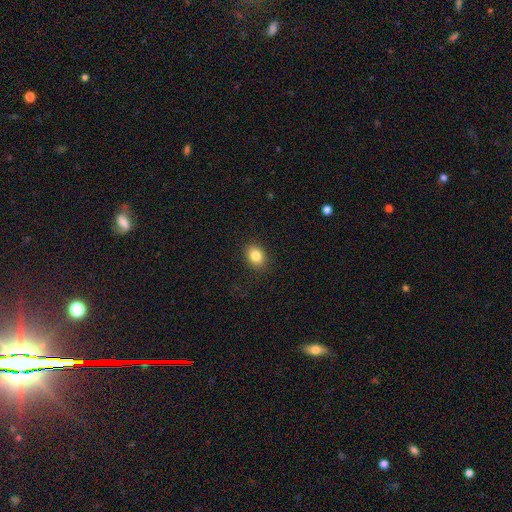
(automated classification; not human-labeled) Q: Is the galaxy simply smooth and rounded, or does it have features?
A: smooth — 83%.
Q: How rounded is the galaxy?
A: in between — 57%.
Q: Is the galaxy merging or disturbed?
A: none — 89%.